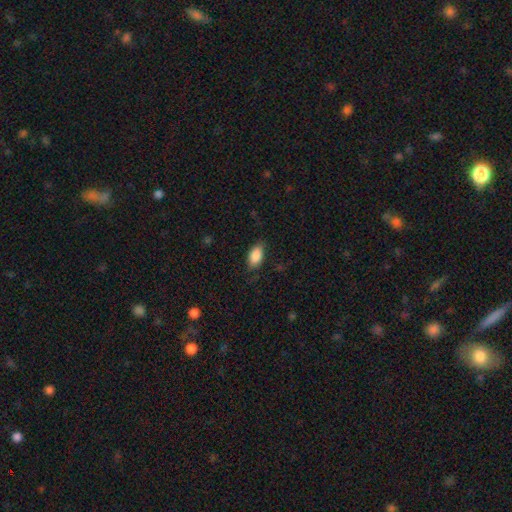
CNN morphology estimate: type=smooth (87%); roundness=in between (92%); merging=none (75%).